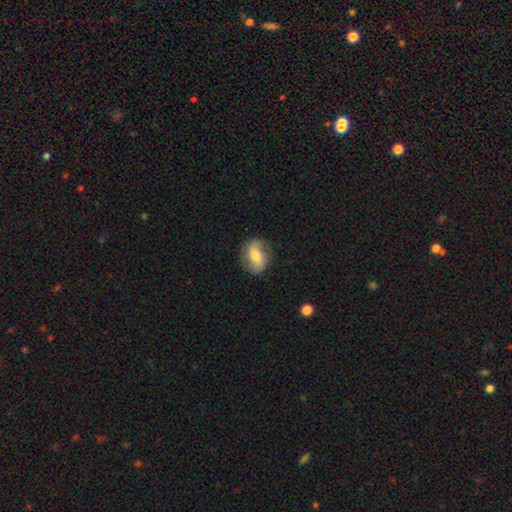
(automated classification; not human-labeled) This appears to be a smooth galaxy with no disk features (46%, tied with featured or disk). Merging: none (79%).